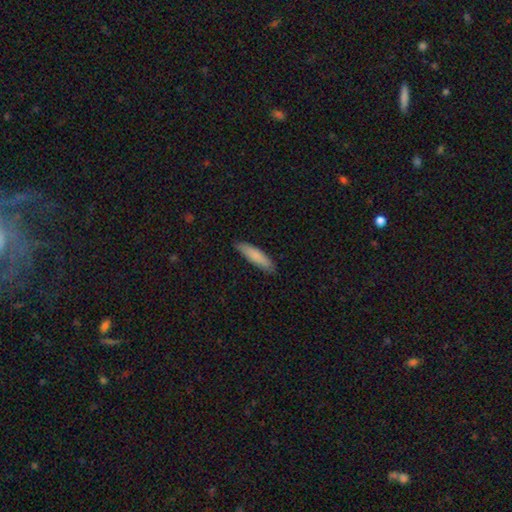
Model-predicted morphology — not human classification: Smooth or featured? smooth (84%)
How rounded? cigar-shaped (72%)
Merging? none (86%)